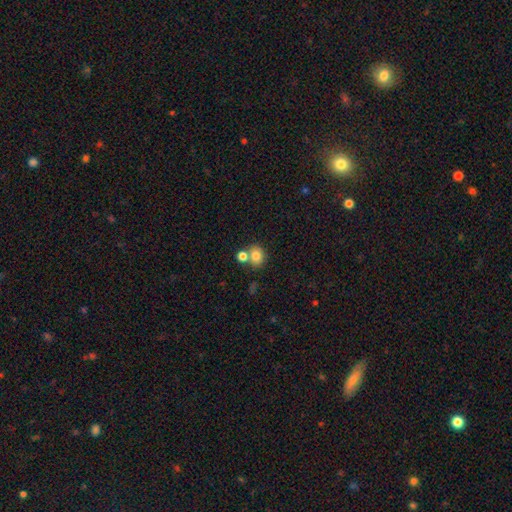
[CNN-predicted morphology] type=smooth (79%); roundness=round (71%); merging=none (54%).